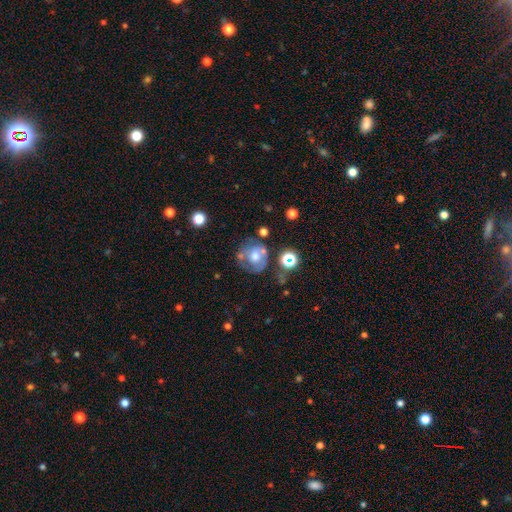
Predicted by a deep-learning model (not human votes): The model was most divided on "smooth or featured": featured or disk: 46%, smooth: 42%, star or artifact: 12%. Remaining: merging — none (48%).